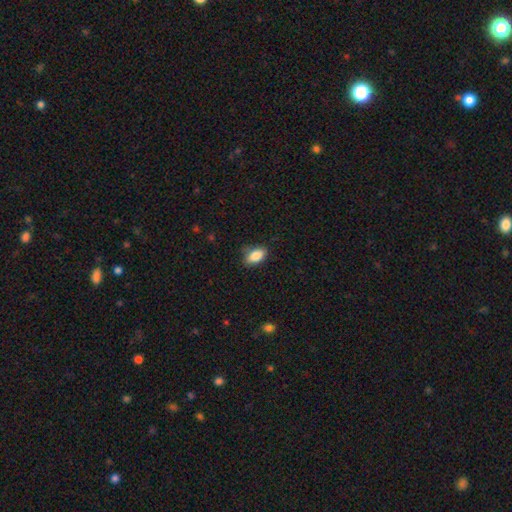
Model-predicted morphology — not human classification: smooth 86%, star or artifact 8%, featured or disk 6%. Down the decision tree: how rounded — in between (91%); merging — none (76%).